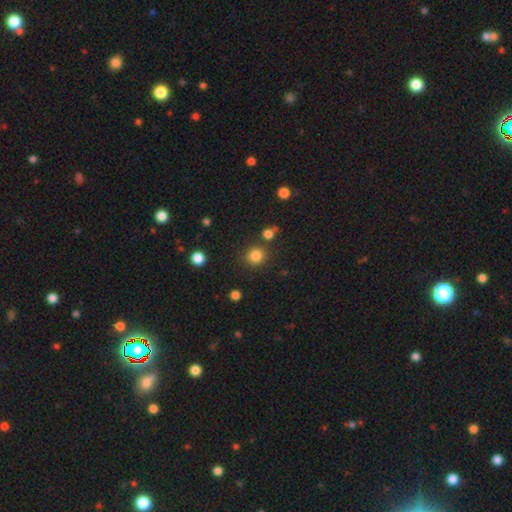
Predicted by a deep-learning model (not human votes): smooth_or_featured: smooth (p=0.83) [alt: star or artifact p=0.13]
how_rounded: round (p=0.90) [alt: in between p=0.09]
merging: none (p=0.83) [alt: minor disturbance p=0.08]